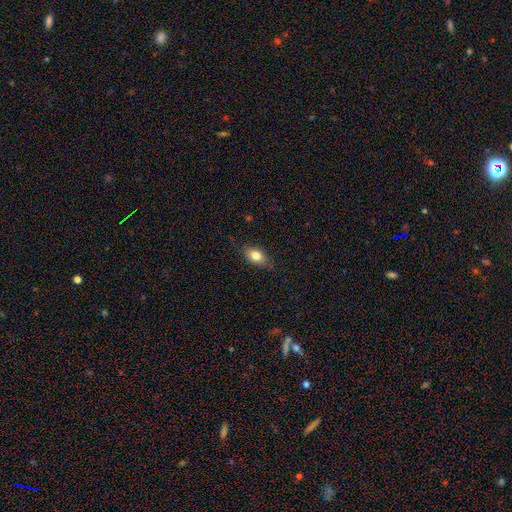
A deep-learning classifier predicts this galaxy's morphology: smooth 80%, featured or disk 12%, star or artifact 8%. Down the decision tree: how rounded — in between (84%); merging — none (81%).